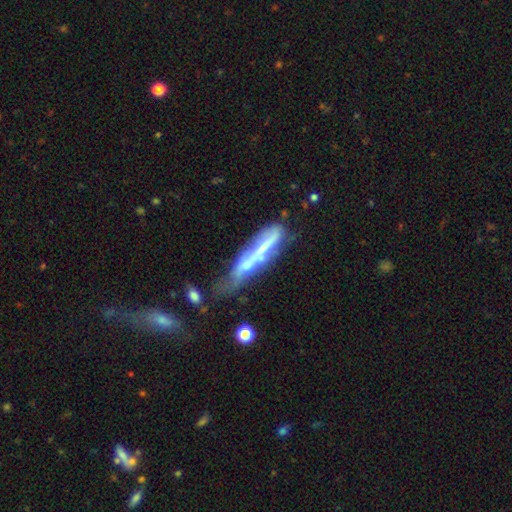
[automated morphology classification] Smooth or featured: featured or disk — 58% (smooth — 33%)
Edge-on disk: yes — 55% (no — 45%)
Merging: none — 31% (minor disturbance — 24%)